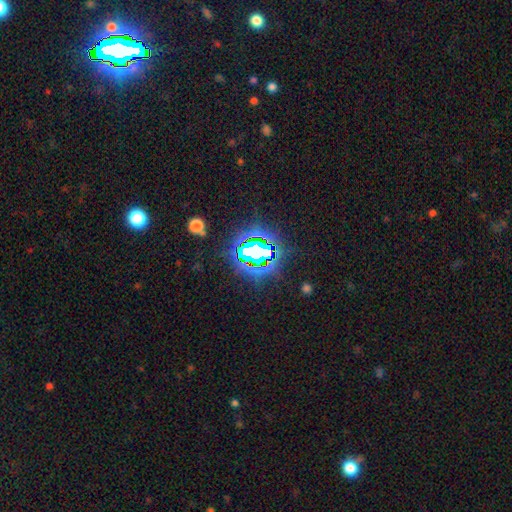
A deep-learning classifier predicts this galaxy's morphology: The model was most divided on "smooth or featured": star or artifact: 74%, smooth: 15%, featured or disk: 11%.